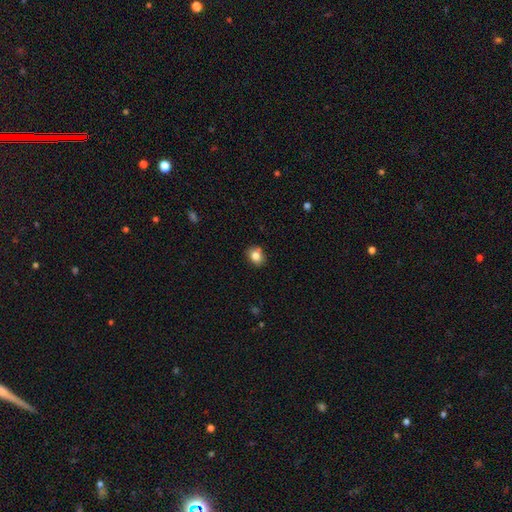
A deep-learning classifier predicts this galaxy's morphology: type=smooth (83%); roundness=round (55%); merging=none (79%).